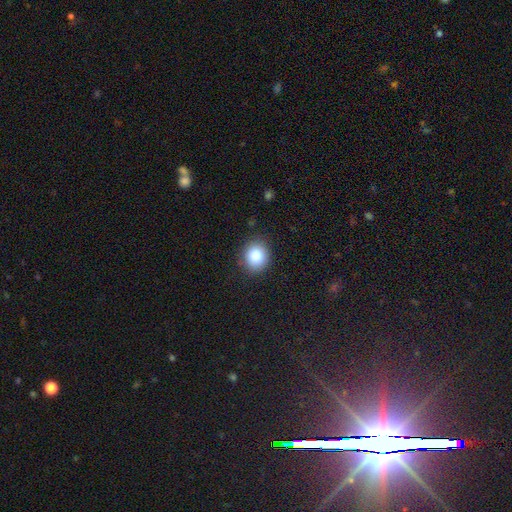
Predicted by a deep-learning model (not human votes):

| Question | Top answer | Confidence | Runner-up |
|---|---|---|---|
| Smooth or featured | smooth | 85% | star or artifact (9%) |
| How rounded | round | 72% | in between (27%) |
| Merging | none | 86% | minor disturbance (10%) |